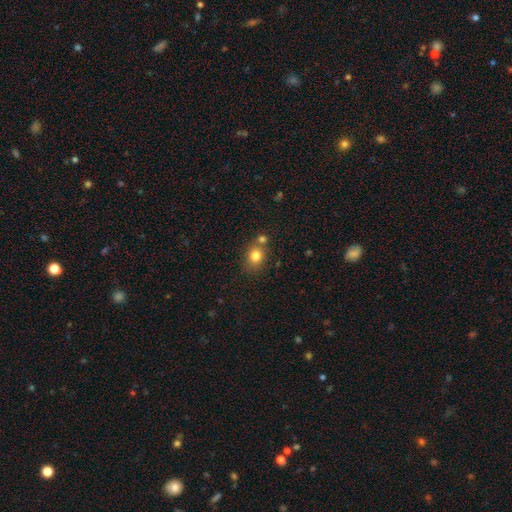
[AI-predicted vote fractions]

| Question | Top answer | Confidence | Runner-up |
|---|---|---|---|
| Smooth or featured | smooth | 81% | star or artifact (11%) |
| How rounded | round | 65% | in between (34%) |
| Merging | none | 61% | merger (23%) |